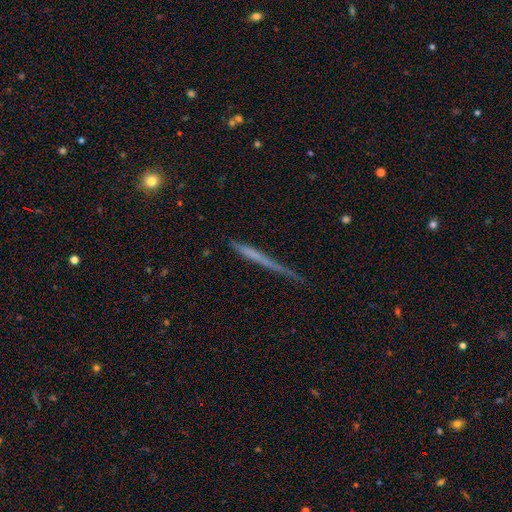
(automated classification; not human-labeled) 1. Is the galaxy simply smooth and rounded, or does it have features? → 46% featured or disk (tied), 46% smooth (tied), 9% star or artifact.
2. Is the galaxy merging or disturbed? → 74% none, 19% minor disturbance, 5% major disturbance, 2% merger.